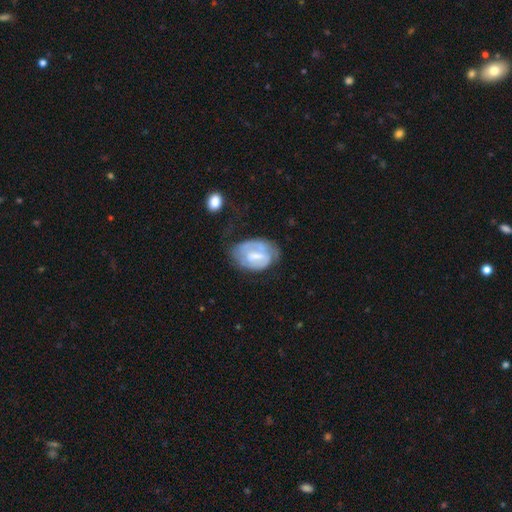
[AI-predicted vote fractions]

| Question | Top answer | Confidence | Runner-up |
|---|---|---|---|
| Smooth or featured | featured or disk | 63% | smooth (31%) |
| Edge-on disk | no | 97% | yes (3%) |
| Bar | weak | 50% | strong (29%) |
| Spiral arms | yes | 65% | no (35%) |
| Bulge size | small | 38% | moderate (37%) |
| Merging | none | 42% | minor disturbance (31%) |